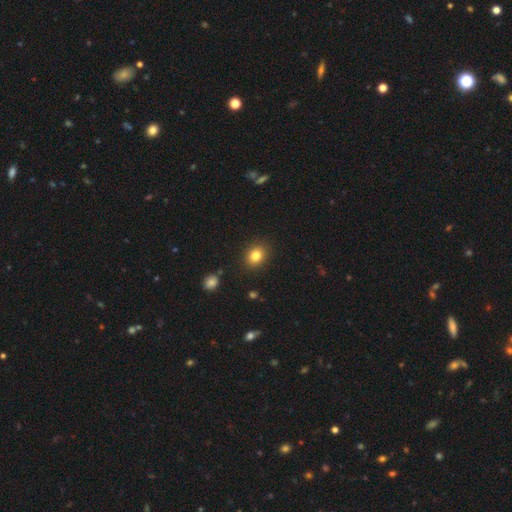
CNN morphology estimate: Smooth or featured? smooth (83%)
How rounded? round (55%)
Merging? none (88%)